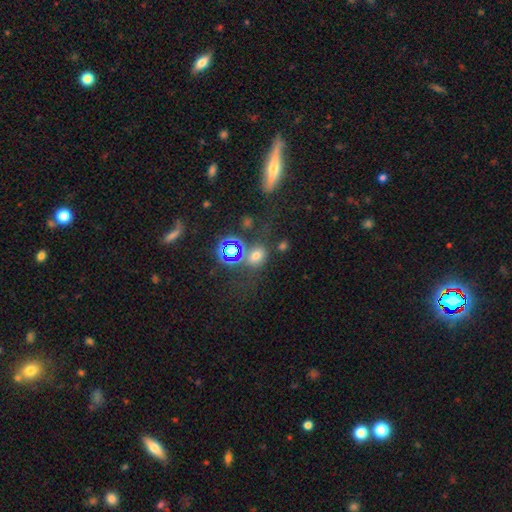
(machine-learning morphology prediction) Smooth or featured: smooth — 59% (star or artifact — 31%)
How rounded: in between — 58% (round — 40%)
Merging: none — 58% (merger — 17%)